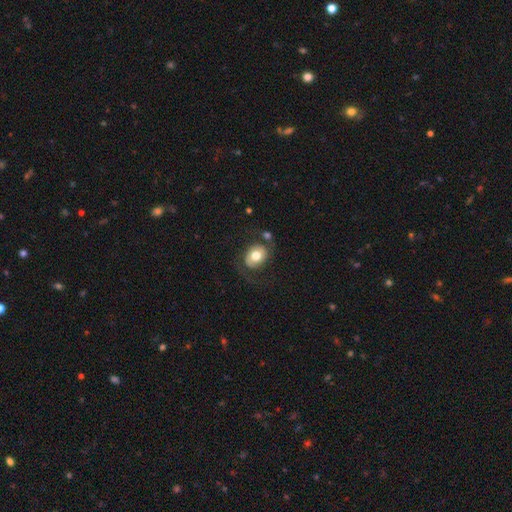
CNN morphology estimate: type=smooth (53%); roundness=round (53%); merging=none (61%).